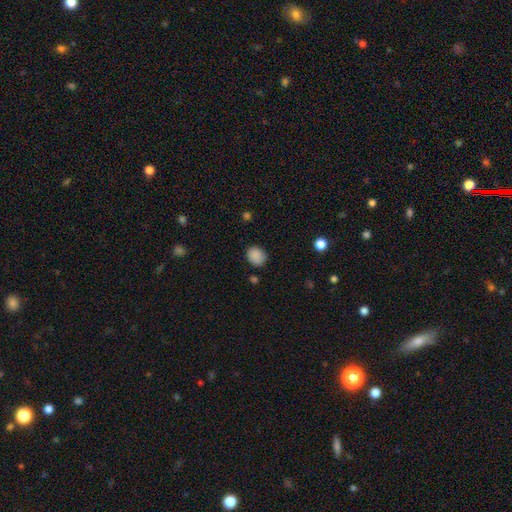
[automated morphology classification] type=smooth (87%); roundness=round (65%); merging=none (80%).